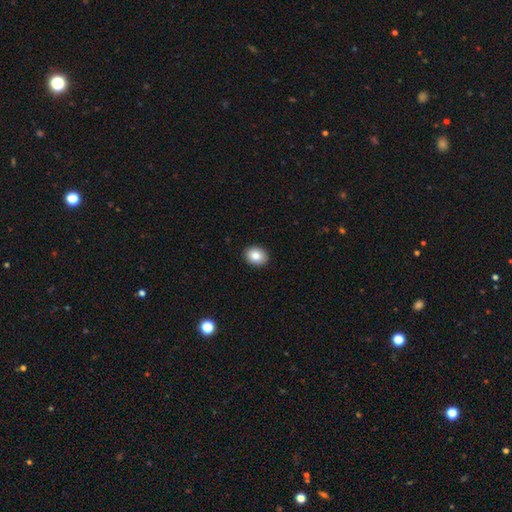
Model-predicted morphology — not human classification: This is clearly a smooth galaxy (84%). How rounded: likely in between (61%). Merging: clearly none (91%).